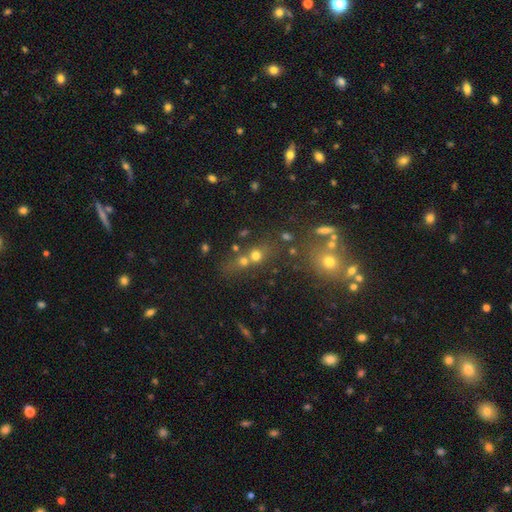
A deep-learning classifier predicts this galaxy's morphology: The model was most divided on "merging": merger: 45%, none: 41%, minor disturbance: 8%, major disturbance: 6%. More confident: how rounded — round (77%); smooth or featured — smooth (60%).